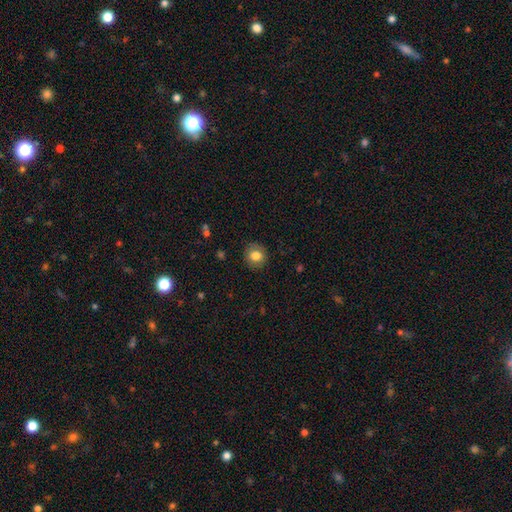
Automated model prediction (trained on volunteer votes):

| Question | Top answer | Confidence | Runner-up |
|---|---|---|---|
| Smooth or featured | smooth | 81% | featured or disk (10%) |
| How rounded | round | 85% | in between (14%) |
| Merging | none | 88% | minor disturbance (8%) |